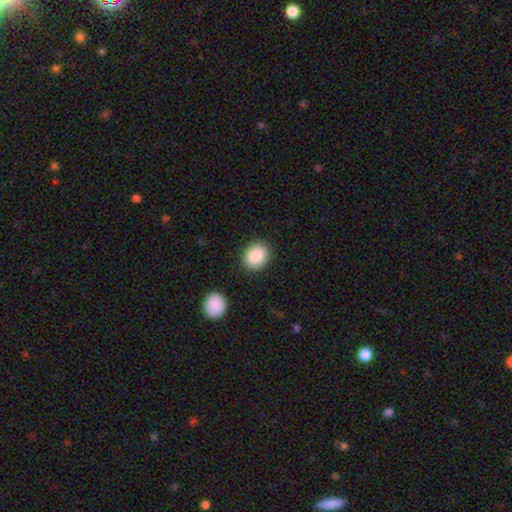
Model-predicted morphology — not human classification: This is clearly a smooth galaxy (88%). How rounded: possibly round (56%). Merging: clearly none (88%).